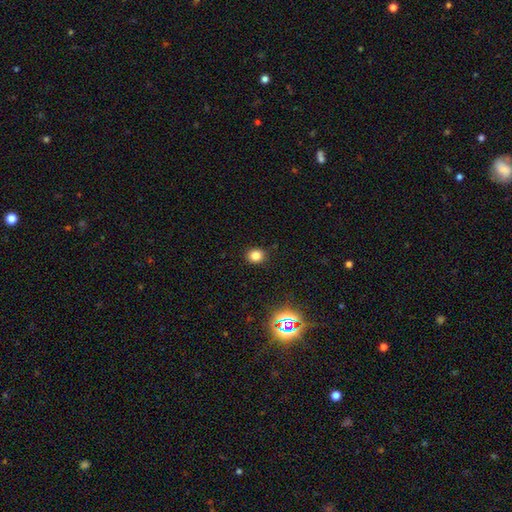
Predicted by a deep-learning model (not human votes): Morphology: type=smooth (79%); roundness=round (72%); merging=none (90%).